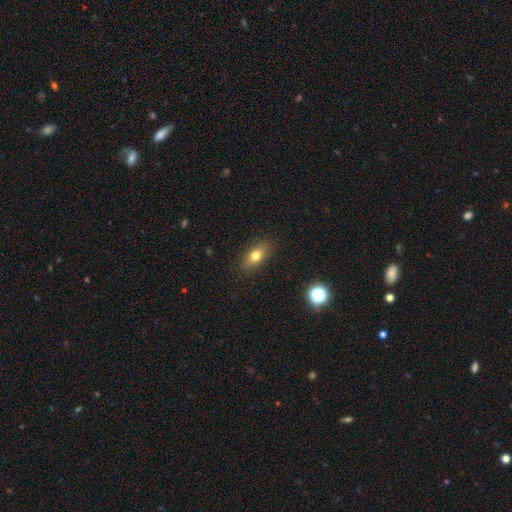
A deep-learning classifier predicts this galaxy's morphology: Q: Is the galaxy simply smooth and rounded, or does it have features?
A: smooth — 74%.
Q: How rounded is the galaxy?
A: in between — 79%.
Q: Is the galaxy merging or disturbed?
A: none — 87%.